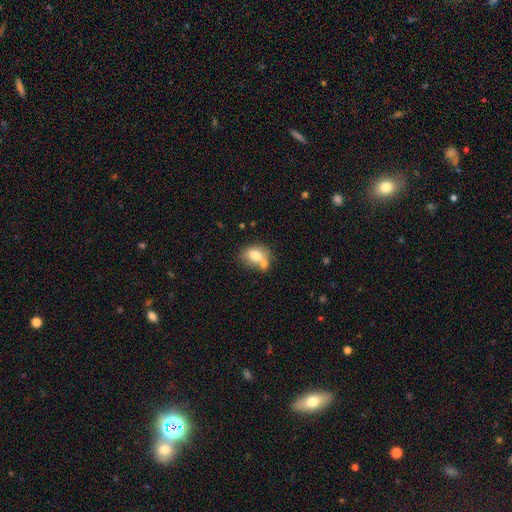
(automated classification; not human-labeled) Smooth or featured? Predicted: smooth (p=0.75). How rounded? Predicted: in between (p=0.62). Merging? Predicted: none (p=0.41).